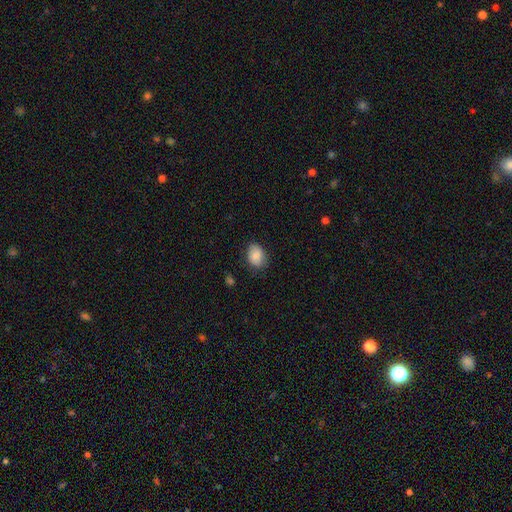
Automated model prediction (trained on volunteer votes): Smooth or featured? Predicted: smooth (p=0.84). How rounded? Predicted: in between (p=0.65). Merging? Predicted: none (p=0.76).